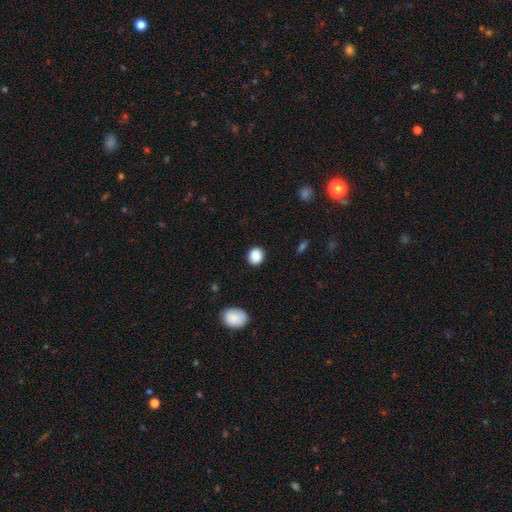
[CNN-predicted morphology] Overall: smooth (88%). How rounded: round (77%). Merging: none (89%).